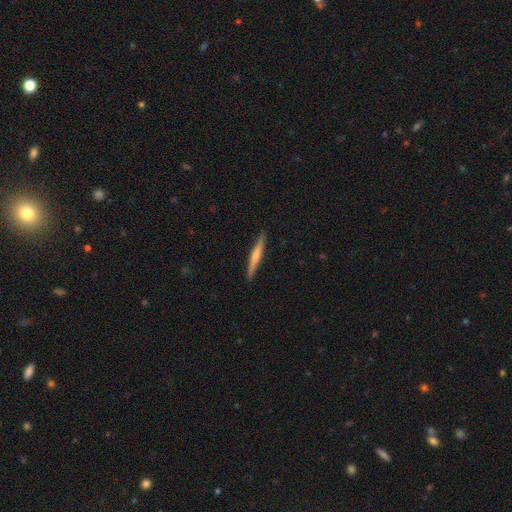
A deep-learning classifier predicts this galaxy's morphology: Smooth or featured? smooth (56%)
How rounded? cigar-shaped (96%)
Merging? none (91%)